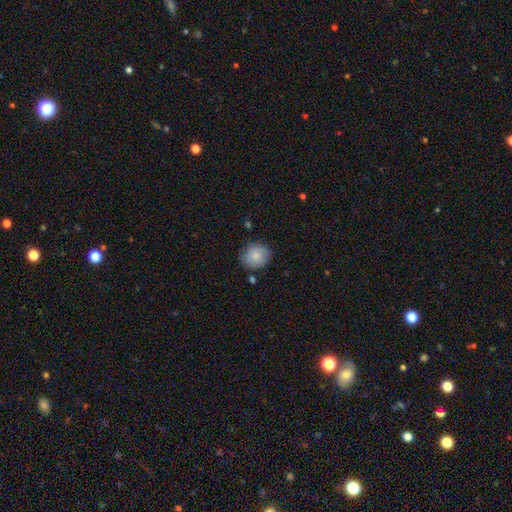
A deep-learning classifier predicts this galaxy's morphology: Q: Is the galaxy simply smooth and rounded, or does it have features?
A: smooth — 81%.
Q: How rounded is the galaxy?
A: round — 76%.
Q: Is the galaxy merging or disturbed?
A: none — 78%.